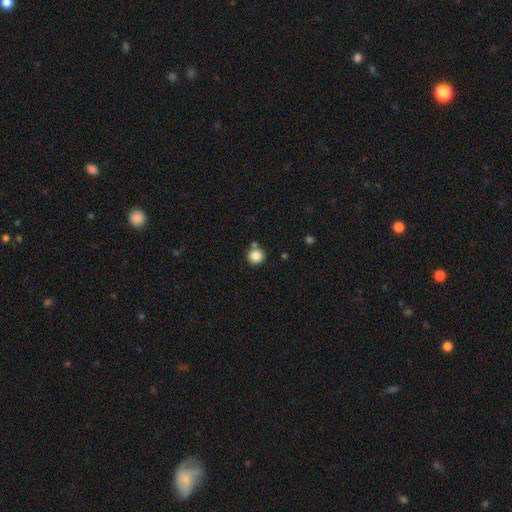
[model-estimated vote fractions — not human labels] smooth_or_featured: smooth (p=0.85) [alt: star or artifact p=0.10]
how_rounded: round (p=0.94) [alt: in between p=0.06]
merging: none (p=0.74) [alt: merger p=0.14]